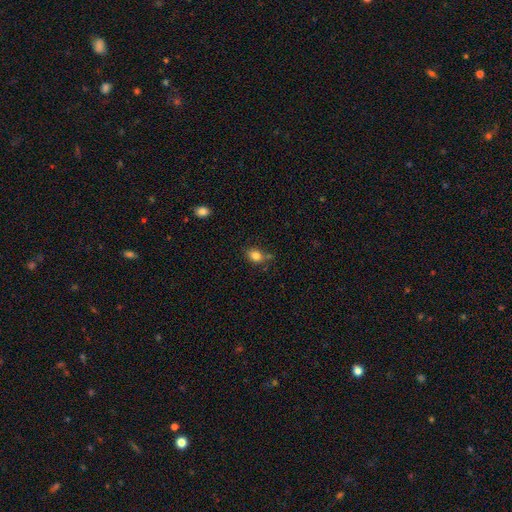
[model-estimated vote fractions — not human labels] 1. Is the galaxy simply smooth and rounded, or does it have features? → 83% smooth, 11% star or artifact, 6% featured or disk.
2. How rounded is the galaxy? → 57% in between, 42% round, 1% cigar-shaped.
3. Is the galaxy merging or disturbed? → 67% none, 20% minor disturbance, 8% merger, 5% major disturbance.